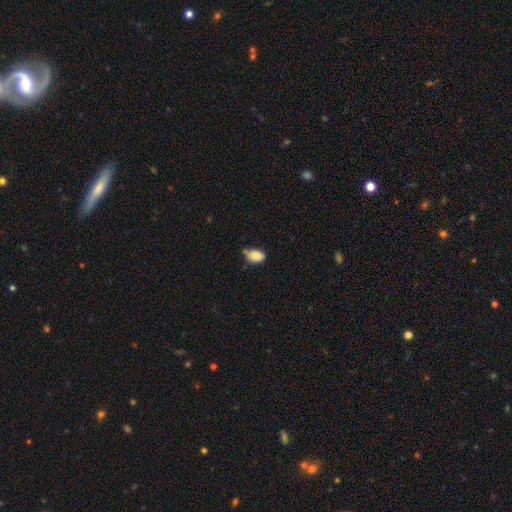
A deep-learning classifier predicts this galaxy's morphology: smooth 86%, star or artifact 8%, featured or disk 5%. Down the decision tree: how rounded — in between (86%); merging — none (50%).